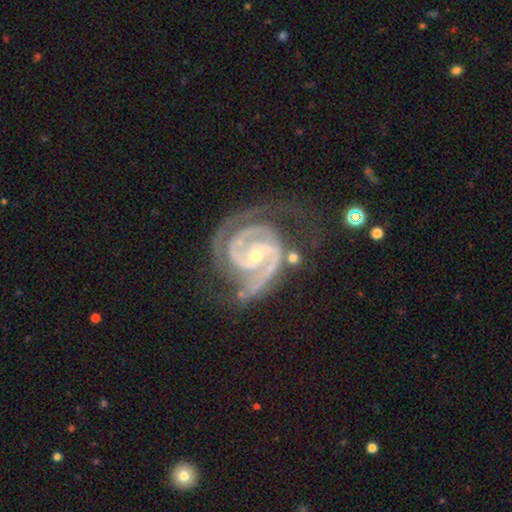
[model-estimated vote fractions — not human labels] Q: Smooth or featured?
A: featured or disk (93%); runner-up: star or artifact (4%)
Q: Edge-on disk?
A: no (98%); runner-up: yes (2%)
Q: Bar?
A: no (42%); runner-up: weak (36%)
Q: Spiral arms?
A: yes (99%); runner-up: no (1%)
Q: Spiral winding?
A: tight (55%); runner-up: medium (39%)
Q: Spiral arm count?
A: 2 (74%); runner-up: 3 (14%)
Q: Bulge size?
A: small (69%); runner-up: moderate (28%)
Q: Merging?
A: none (54%); runner-up: minor disturbance (23%)